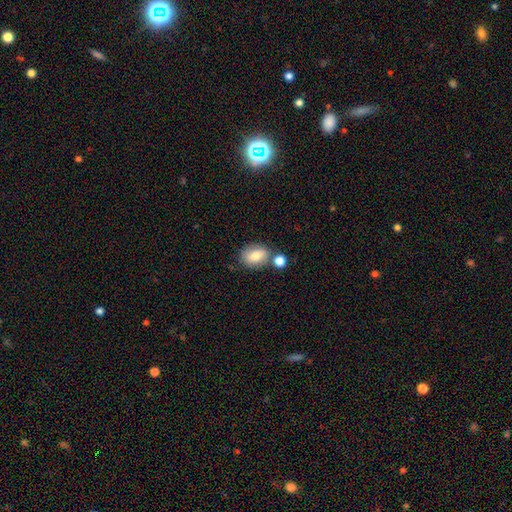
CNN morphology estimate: type=smooth (75%); roundness=in between (65%); merging=none (66%).